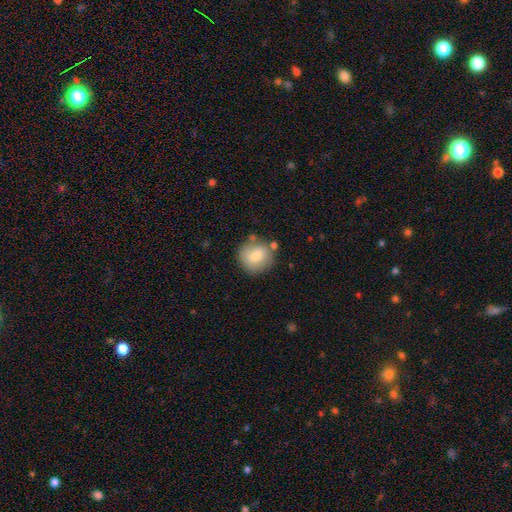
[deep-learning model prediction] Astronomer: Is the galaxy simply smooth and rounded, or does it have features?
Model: smooth — 76%.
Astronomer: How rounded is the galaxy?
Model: round — 86%.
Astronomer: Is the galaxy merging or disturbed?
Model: none — 70%.